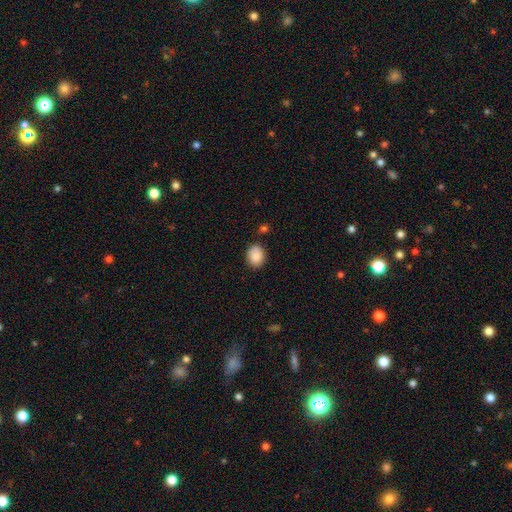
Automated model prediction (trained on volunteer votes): Smooth or featured? Predicted: smooth (p=0.86). How rounded? Predicted: in between (p=0.50). Merging? Predicted: none (p=0.79).